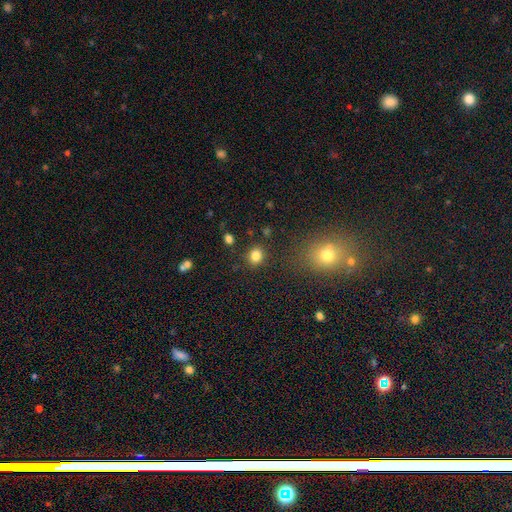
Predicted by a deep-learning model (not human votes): A smooth galaxy with no disk features (82%) that is round (72%).

Vote fractions:
- Smooth or featured? smooth: 82% / star or artifact: 12% / featured or disk: 5%
- How rounded? round: 72% / in between: 27% / cigar-shaped: 1%
- Merging? none: 85% / minor disturbance: 8% / merger: 3% / major disturbance: 3%